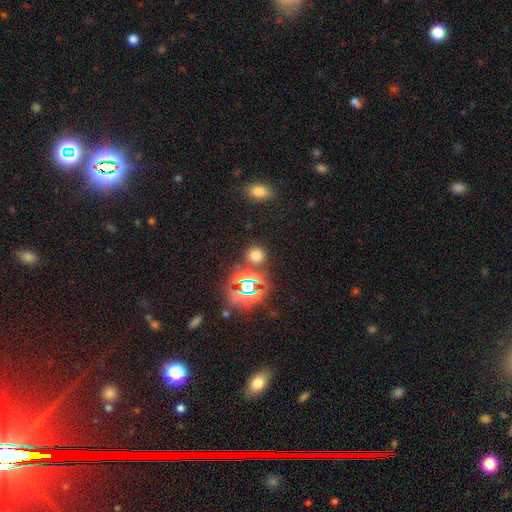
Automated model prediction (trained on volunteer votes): Overall: smooth (64%; star or artifact 30%). How rounded: round (87%). Merging: none (83%).